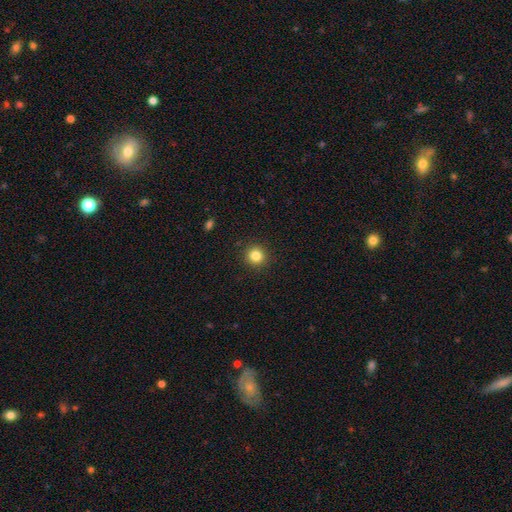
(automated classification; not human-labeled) A smooth galaxy with no disk features (84%) that is round (93%). Merging: none (92%).